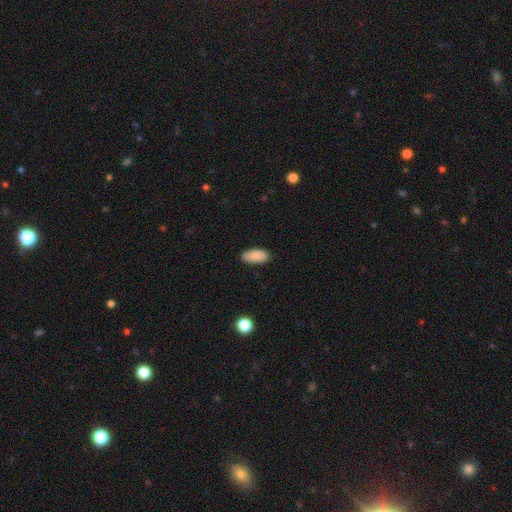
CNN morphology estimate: Smooth or featured? Predicted: smooth (p=0.89). How rounded? Predicted: in between (p=0.90). Merging? Predicted: none (p=0.87).